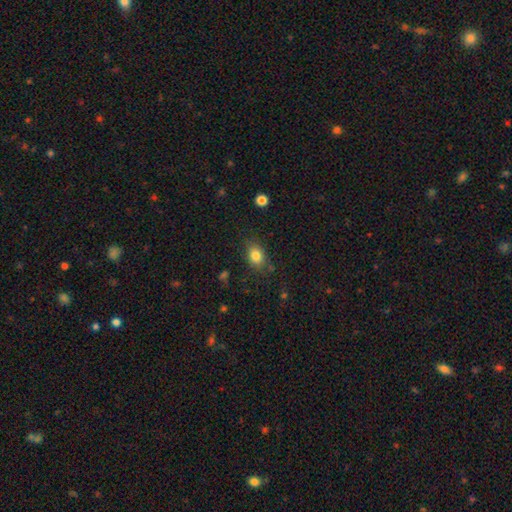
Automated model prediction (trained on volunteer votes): Smooth or featured? smooth (82%)
How rounded? in between (71%)
Merging? none (78%)